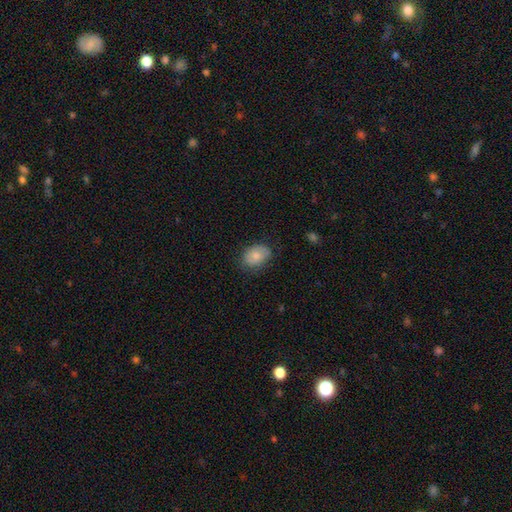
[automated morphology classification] type=smooth (79%); roundness=in between (77%); merging=none (72%).